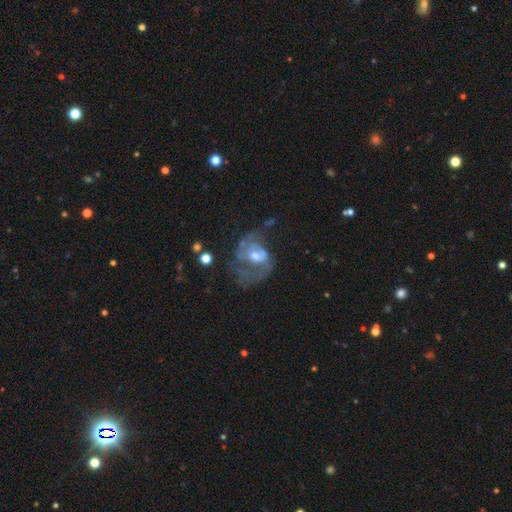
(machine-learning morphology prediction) Q: Smooth or featured?
A: featured or disk (71%); runner-up: smooth (20%)
Q: Edge-on disk?
A: no (97%); runner-up: yes (3%)
Q: Bar?
A: no (57%); runner-up: weak (35%)
Q: Spiral arms?
A: yes (66%); runner-up: no (34%)
Q: Bulge size?
A: moderate (62%); runner-up: small (26%)
Q: Merging?
A: major disturbance (45%); runner-up: none (30%)